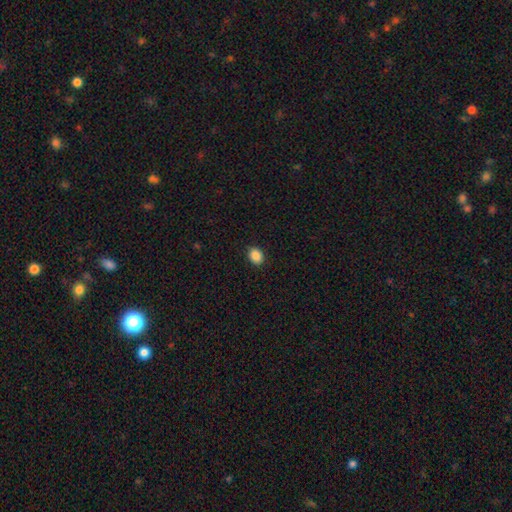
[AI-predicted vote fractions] Smooth or featured? smooth (89%)
How rounded? in between (58%)
Merging? none (91%)